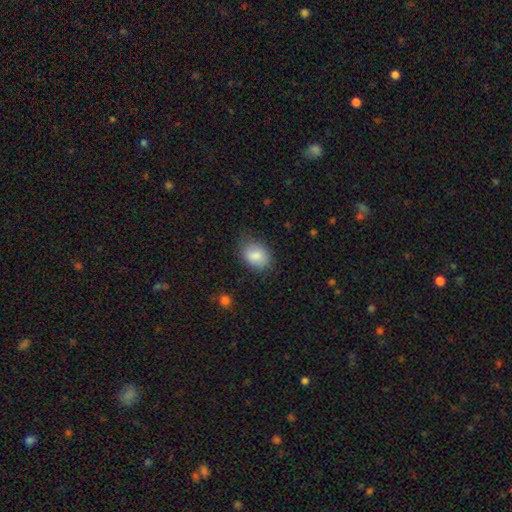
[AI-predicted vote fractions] smooth-or-featured: smooth: 86% | star or artifact: 7% | featured or disk: 7%
  how-rounded: in between: 74% | round: 25% | cigar-shaped: 1%
  merging: none: 72% | minor disturbance: 22% | major disturbance: 5% | merger: 1%